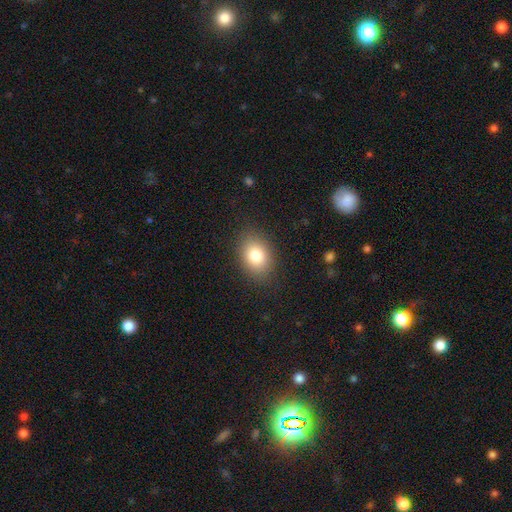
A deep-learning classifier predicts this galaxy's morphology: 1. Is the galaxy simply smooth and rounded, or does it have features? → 82% smooth, 9% star or artifact, 9% featured or disk.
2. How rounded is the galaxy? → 68% in between, 31% round, 1% cigar-shaped.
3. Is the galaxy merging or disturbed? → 86% none, 10% minor disturbance, 3% major disturbance, 1% merger.